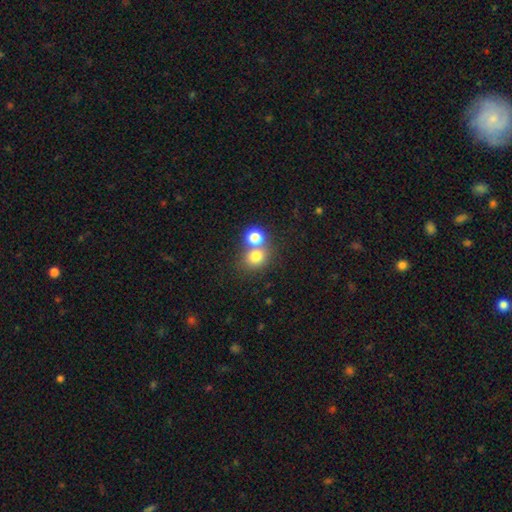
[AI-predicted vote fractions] Smooth or featured? smooth (75%)
How rounded? round (78%)
Merging? none (46%)